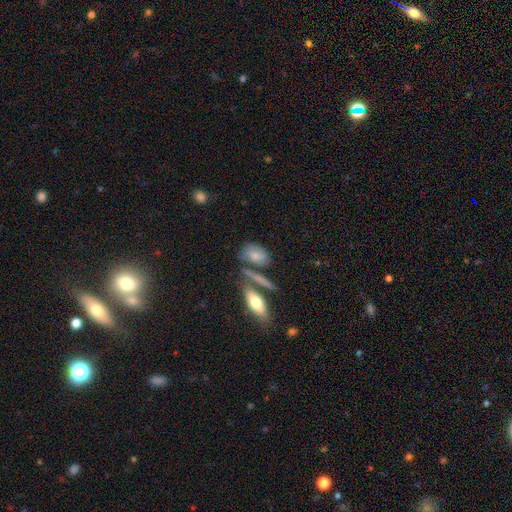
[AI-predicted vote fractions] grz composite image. It shows a smooth galaxy with no disk features (67%) that is in between round and cigar-shaped (76%). Merging: none (45%).